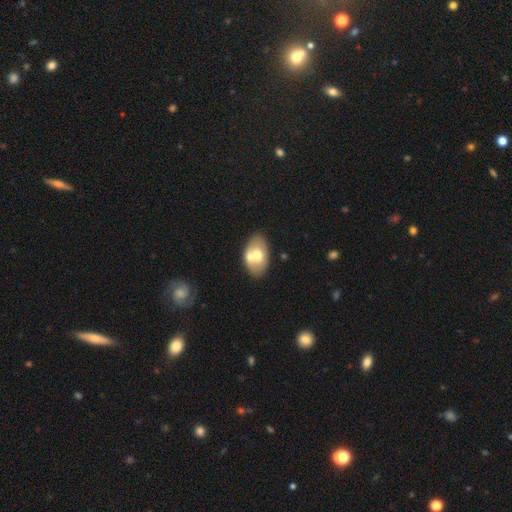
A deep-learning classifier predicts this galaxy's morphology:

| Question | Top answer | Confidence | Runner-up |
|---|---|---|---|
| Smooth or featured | smooth | 57% | featured or disk (36%) |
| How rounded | in between | 89% | round (9%) |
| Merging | none | 53% | merger (30%) |